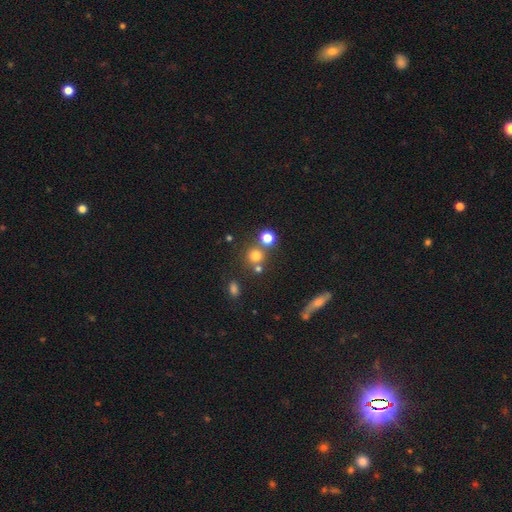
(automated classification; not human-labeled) Morphology: type=smooth (73%); roundness=round (89%); merging=none (66%).